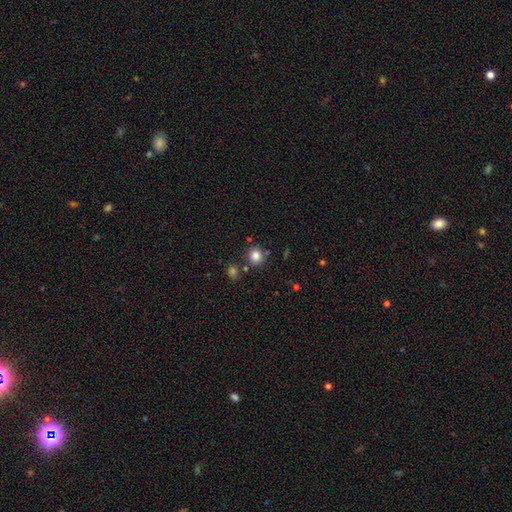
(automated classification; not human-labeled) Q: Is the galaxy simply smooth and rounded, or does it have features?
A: smooth — 83%.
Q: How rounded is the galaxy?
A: round — 85%.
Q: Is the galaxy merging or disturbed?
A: none — 81%.